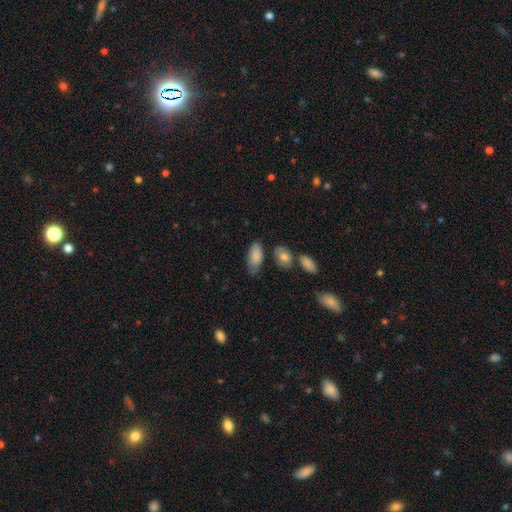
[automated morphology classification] Smooth or featured: smooth — 84% (featured or disk — 10%)
How rounded: in between — 91% (cigar-shaped — 6%)
Merging: none — 63% (minor disturbance — 24%)